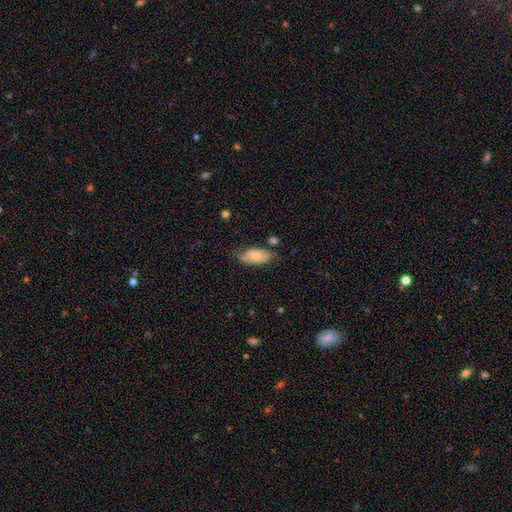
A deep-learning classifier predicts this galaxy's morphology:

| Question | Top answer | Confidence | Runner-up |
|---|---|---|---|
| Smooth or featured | smooth | 64% | featured or disk (29%) |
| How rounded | in between | 89% | cigar-shaped (7%) |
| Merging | none | 58% | minor disturbance (29%) |